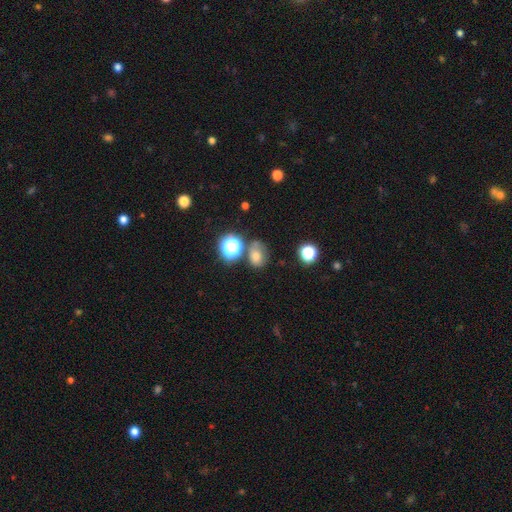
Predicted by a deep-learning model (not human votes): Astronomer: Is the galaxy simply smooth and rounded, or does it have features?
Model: smooth — 62%.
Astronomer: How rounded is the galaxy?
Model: round — 54% (runner-up: in between, 45%).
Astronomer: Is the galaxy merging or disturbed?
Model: none — 64%.